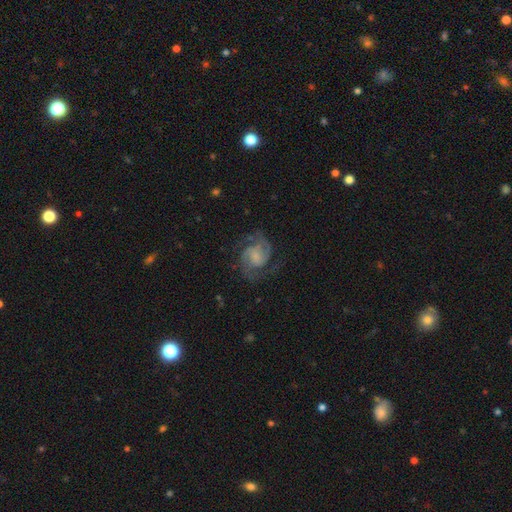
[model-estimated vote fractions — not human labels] Smooth or featured? Predicted: featured or disk (p=0.87). Edge-on disk? Predicted: no (p=0.98). Bar? Predicted: no (p=0.56). Spiral arms? Predicted: yes (p=0.97). Spiral winding? Predicted: medium (p=0.54). Spiral arm count? Predicted: 2 (p=0.80). Bulge size? Predicted: small (p=0.48). Merging? Predicted: none (p=0.72).